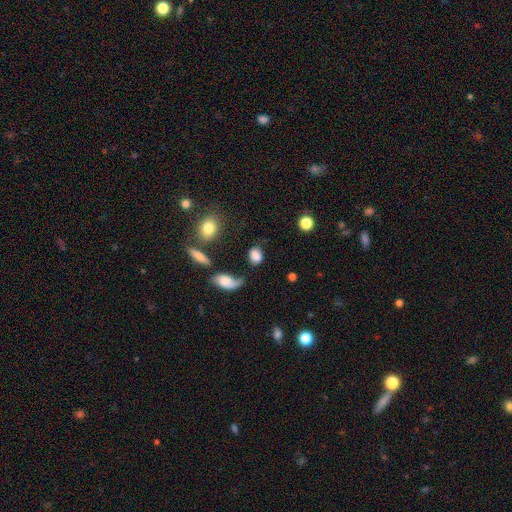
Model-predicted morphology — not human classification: smooth-or-featured: smooth: 76% | featured or disk: 13% | star or artifact: 11%
  how-rounded: in between: 64% | round: 33% | cigar-shaped: 3%
  merging: none: 55% | minor disturbance: 23% | major disturbance: 14% | merger: 8%